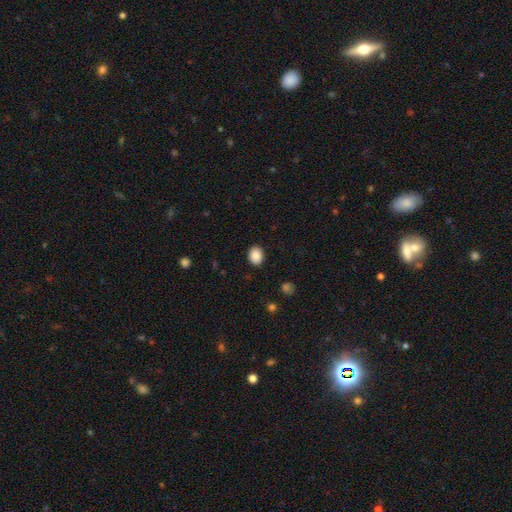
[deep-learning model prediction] A smooth galaxy with no disk features (88%) that is in between round and cigar-shaped (56%). Merging: none (88%).